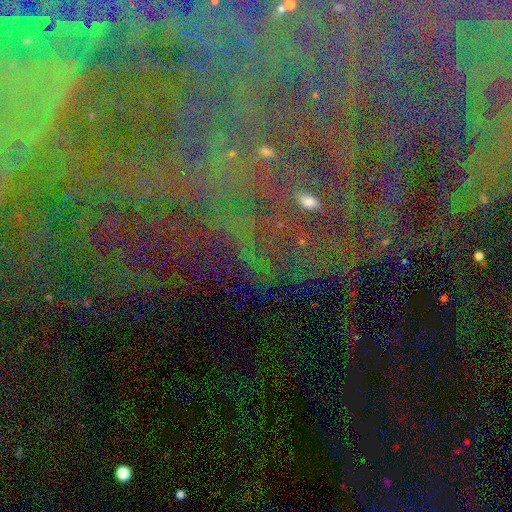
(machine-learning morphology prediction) smooth_or_featured: star or artifact (p=0.75) [alt: featured or disk p=0.16]